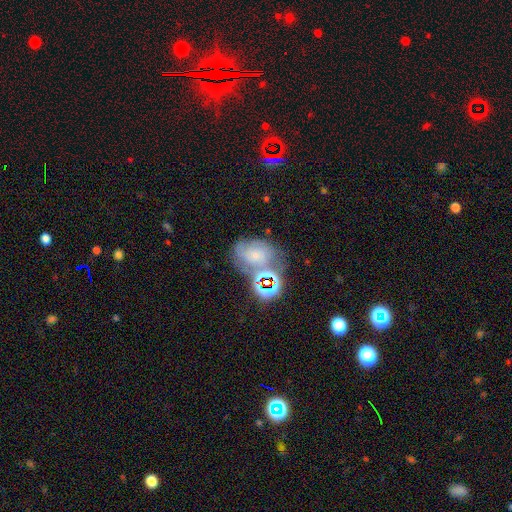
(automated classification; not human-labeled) Morphology: type=featured or disk (39%); merging=none (43%).